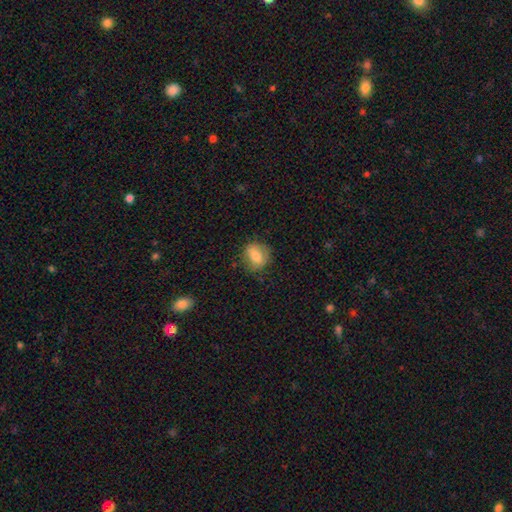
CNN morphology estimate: smooth 74%, featured or disk 18%, star or artifact 8%. Down the decision tree: how rounded — round (65%); merging — none (77%).